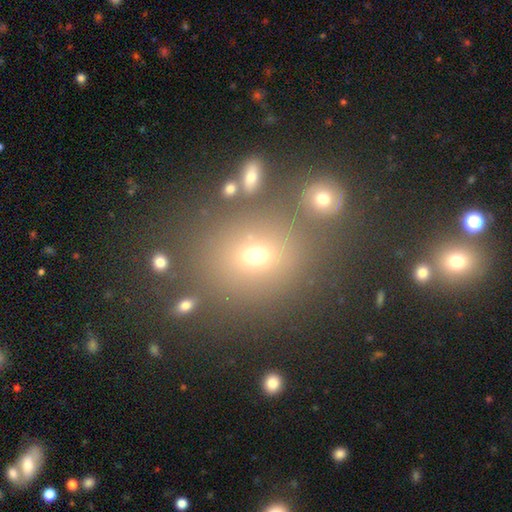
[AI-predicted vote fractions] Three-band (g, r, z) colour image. It shows a smooth galaxy with no disk features (61%) that is round (68%). Merging: none (75%).